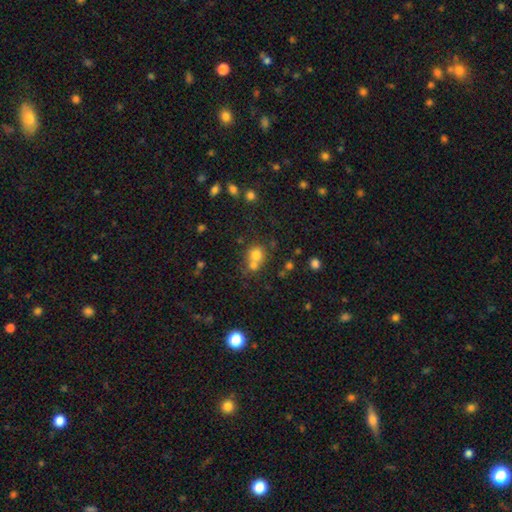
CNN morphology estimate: Q: Smooth or featured?
A: smooth (73%); runner-up: star or artifact (15%)
Q: How rounded?
A: round (83%); runner-up: in between (16%)
Q: Merging?
A: merger (46%); runner-up: none (43%)